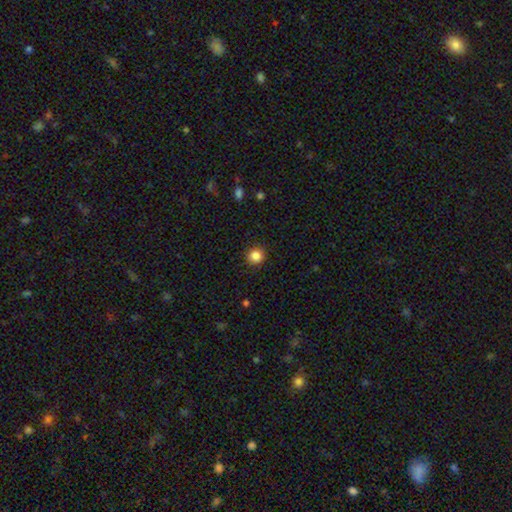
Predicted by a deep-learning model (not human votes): Overall: smooth (86%). How rounded: round (92%). Merging: none (90%).